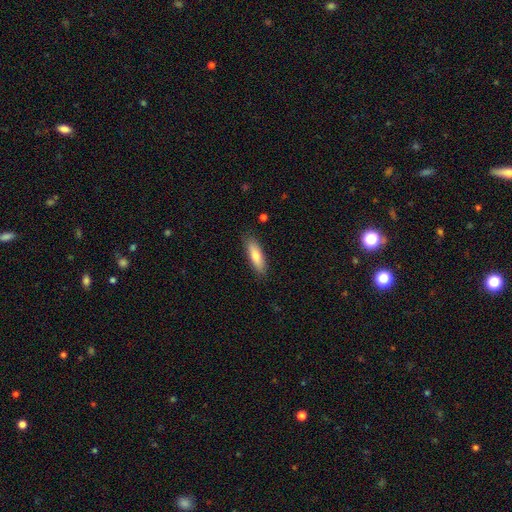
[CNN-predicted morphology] smooth-or-featured: smooth: 75% | featured or disk: 19% | star or artifact: 6%
  how-rounded: cigar-shaped: 57% | in between: 42% | round: 2%
  merging: none: 86% | minor disturbance: 11% | major disturbance: 2% | merger: 1%